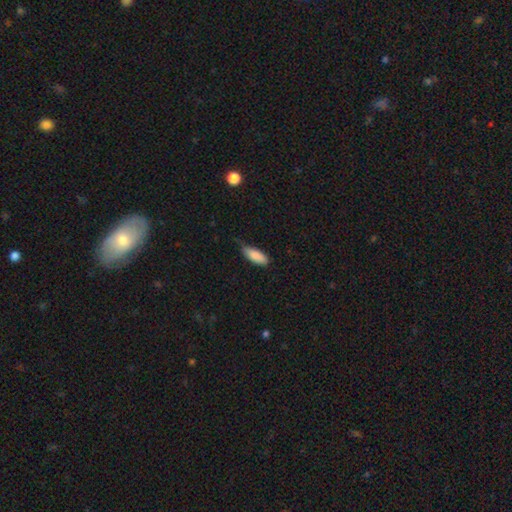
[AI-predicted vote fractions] Smooth or featured? Predicted: smooth (p=0.87). How rounded? Predicted: in between (p=0.78). Merging? Predicted: none (p=0.52).